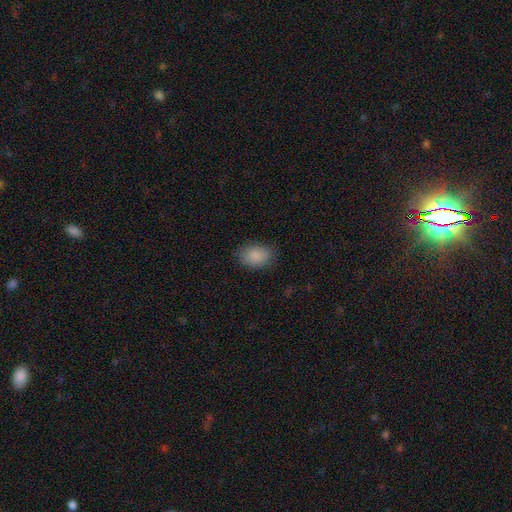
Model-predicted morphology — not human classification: Smooth or featured: smooth — 87% (star or artifact — 8%)
How rounded: in between — 75% (round — 24%)
Merging: none — 81% (minor disturbance — 14%)